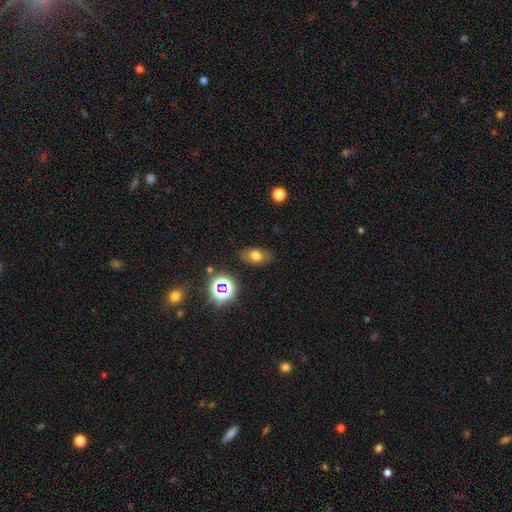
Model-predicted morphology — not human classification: Q: Smooth or featured?
A: smooth (68%); runner-up: featured or disk (17%)
Q: How rounded?
A: in between (85%); runner-up: round (13%)
Q: Merging?
A: none (83%); runner-up: minor disturbance (12%)